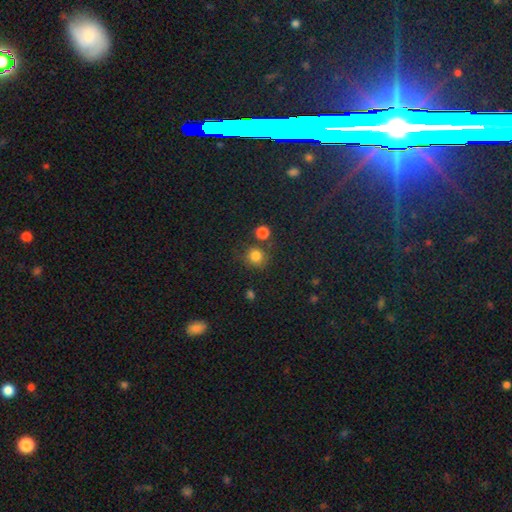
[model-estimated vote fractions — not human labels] This is clearly a smooth galaxy (81%). How rounded: clearly round (88%). Merging: likely none (73%).